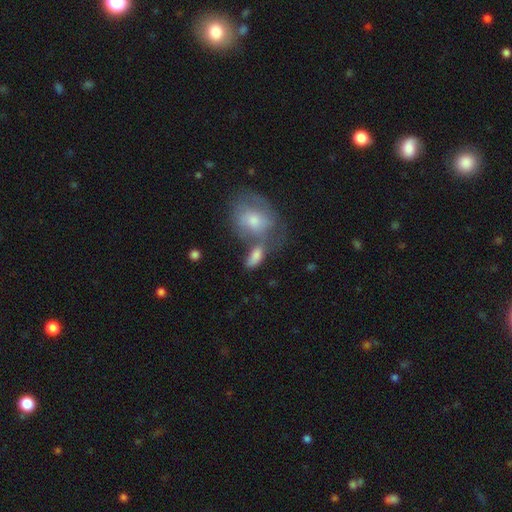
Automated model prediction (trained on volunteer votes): This appears to be a smooth galaxy with no disk features (77%) that is in between round and cigar-shaped (82%). Merging: merger (37%).